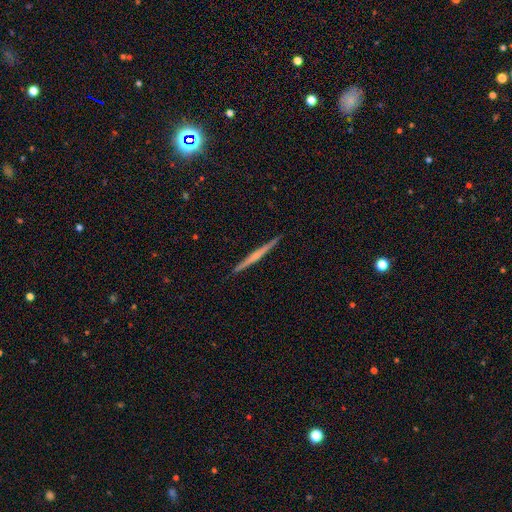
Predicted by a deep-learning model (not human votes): This appears to be a featured or disk galaxy (62%) viewed edge-on (98%) with no central bulge (61%). Merging: none (92%).